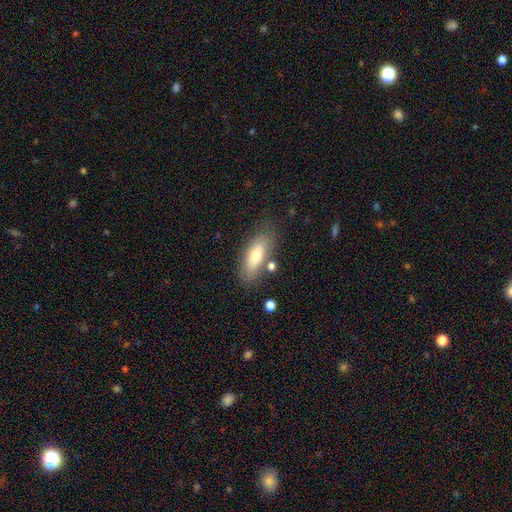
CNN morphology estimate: The model was most divided on "smooth or featured": smooth: 66%, featured or disk: 26%, star or artifact: 8%. More confident: merging — none (75%); how rounded — in between (75%).